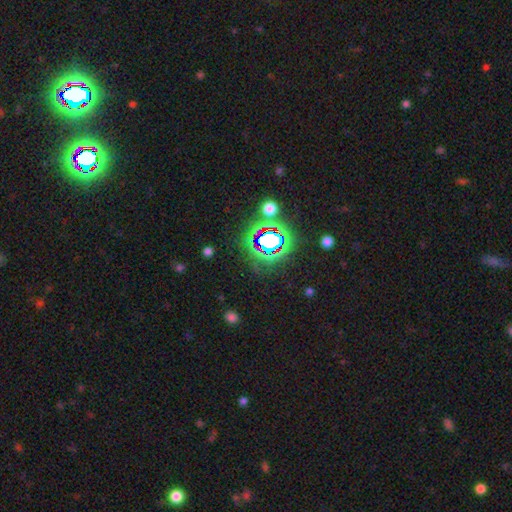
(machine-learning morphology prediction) type=star or artifact (80%).